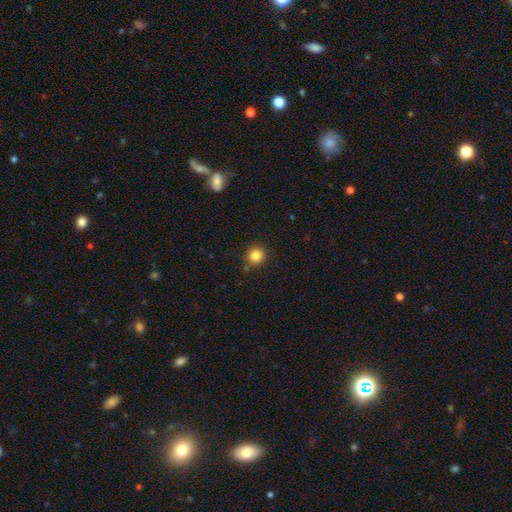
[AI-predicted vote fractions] smooth-or-featured: smooth: 84% | star or artifact: 12% | featured or disk: 5%
  how-rounded: round: 93% | in between: 6% | cigar-shaped: 1%
  merging: none: 87% | minor disturbance: 7% | merger: 4% | major disturbance: 2%